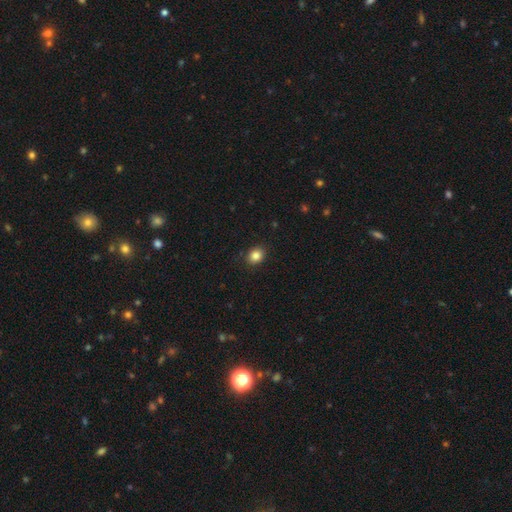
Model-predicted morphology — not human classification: This appears to be a smooth galaxy with no disk features (85%) that is round (59%). Merging: none (88%).